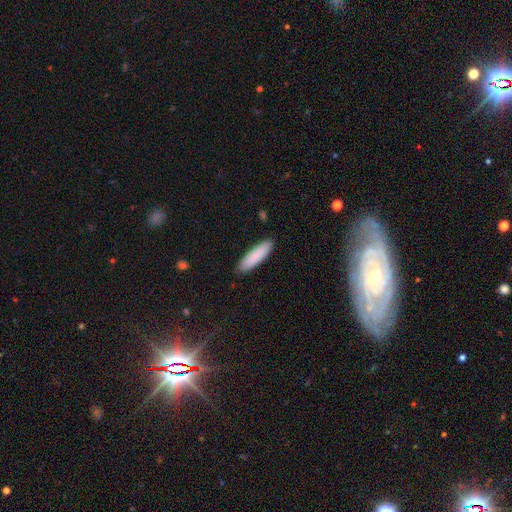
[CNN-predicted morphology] Smooth or featured? smooth (87%)
How rounded? cigar-shaped (69%)
Merging? none (90%)